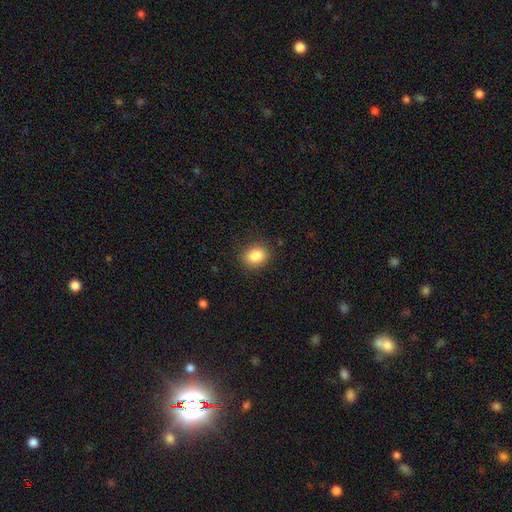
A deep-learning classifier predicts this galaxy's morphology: smooth 85%, star or artifact 10%, featured or disk 5%. Down the decision tree: how rounded — round (60%); merging — none (87%).